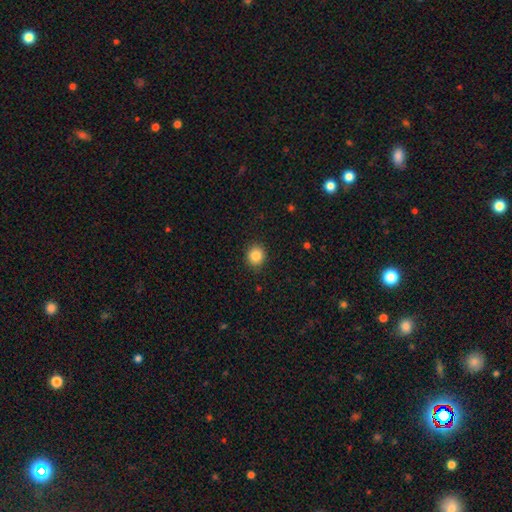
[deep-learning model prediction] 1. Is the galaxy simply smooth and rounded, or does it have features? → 86% smooth, 10% star or artifact, 4% featured or disk.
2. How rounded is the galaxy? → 87% round, 12% in between, 1% cigar-shaped.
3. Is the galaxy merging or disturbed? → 90% none, 7% minor disturbance, 2% major disturbance, 1% merger.